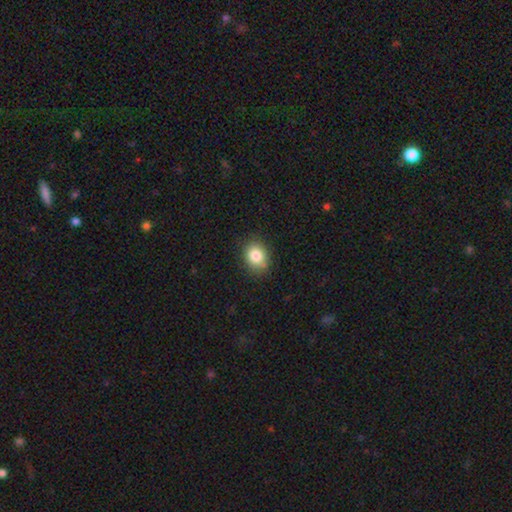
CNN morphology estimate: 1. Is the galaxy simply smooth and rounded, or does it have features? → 83% smooth, 10% star or artifact, 7% featured or disk.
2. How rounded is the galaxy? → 56% round, 43% in between, 1% cigar-shaped.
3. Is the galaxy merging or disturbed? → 83% none, 13% minor disturbance, 3% major disturbance, 1% merger.